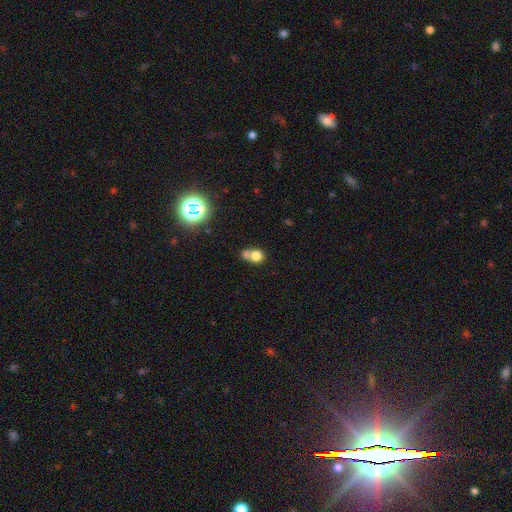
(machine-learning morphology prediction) The model was most divided on "merging": merger: 52%, none: 35%, minor disturbance: 9%, major disturbance: 4%. More confident: how rounded — round (75%); smooth or featured — smooth (74%).